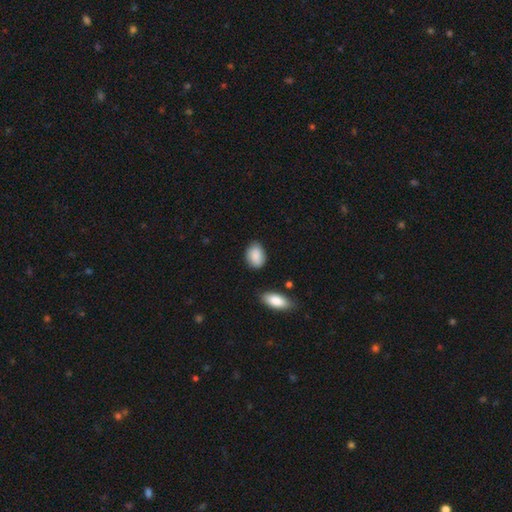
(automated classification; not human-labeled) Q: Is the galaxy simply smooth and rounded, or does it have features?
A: smooth — 88%.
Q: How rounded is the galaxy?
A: in between — 82%.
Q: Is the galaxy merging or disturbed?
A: none — 78%.